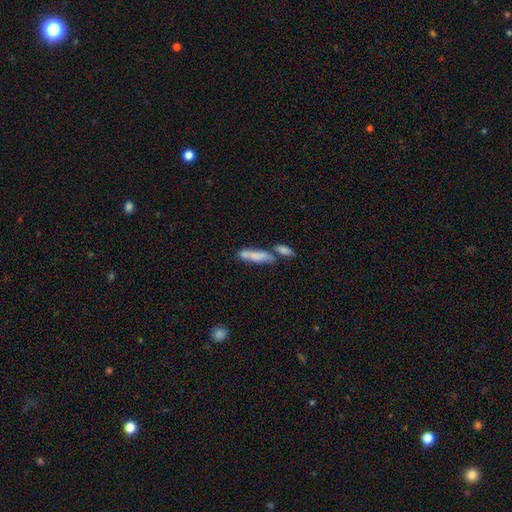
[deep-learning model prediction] This appears to be a smooth galaxy with no disk features (71%) that is cigar-shaped (73%). Merging: none (41%).